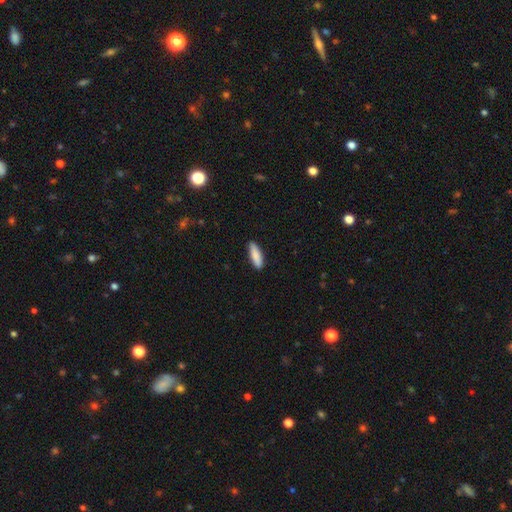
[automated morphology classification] The model was most divided on "how rounded": cigar-shaped: 55%, in between: 43%, round: 2%. More confident: merging — none (89%); smooth or featured — smooth (87%).